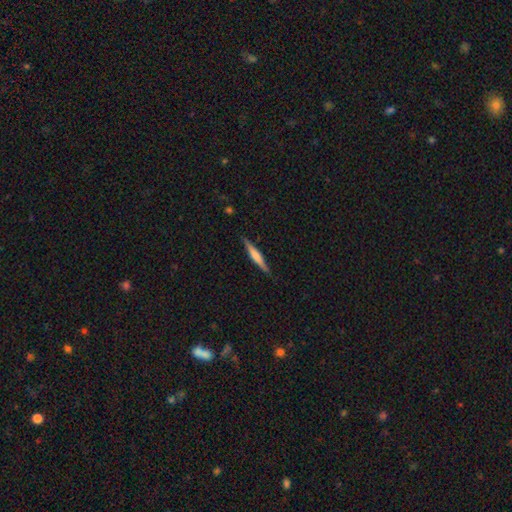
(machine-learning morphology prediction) This appears to be a featured or disk galaxy (56%) viewed edge-on (97%) with a rounded central bulge (57%). Merging: none (89%).